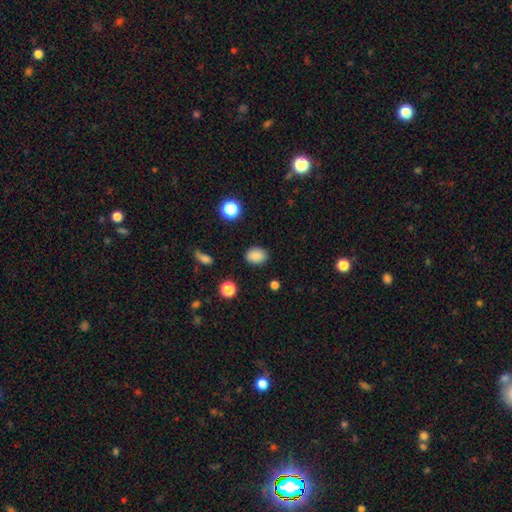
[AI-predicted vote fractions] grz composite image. It shows a smooth galaxy with no disk features (86%) that is in between round and cigar-shaped (65%). Merging: none (85%).